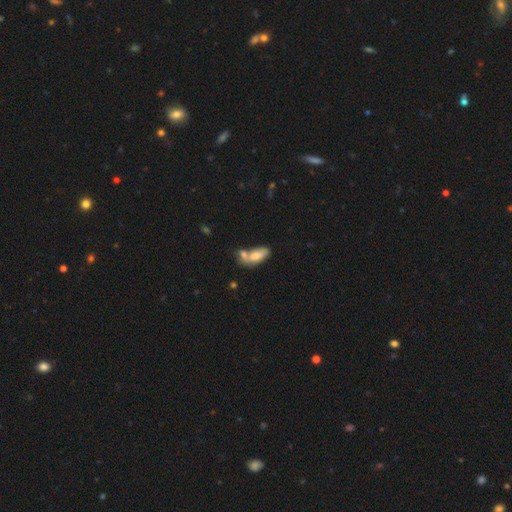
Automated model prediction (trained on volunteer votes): Q: Smooth or featured?
A: smooth (70%); runner-up: featured or disk (23%)
Q: How rounded?
A: in between (83%); runner-up: cigar-shaped (13%)
Q: Merging?
A: merger (51%); runner-up: none (30%)